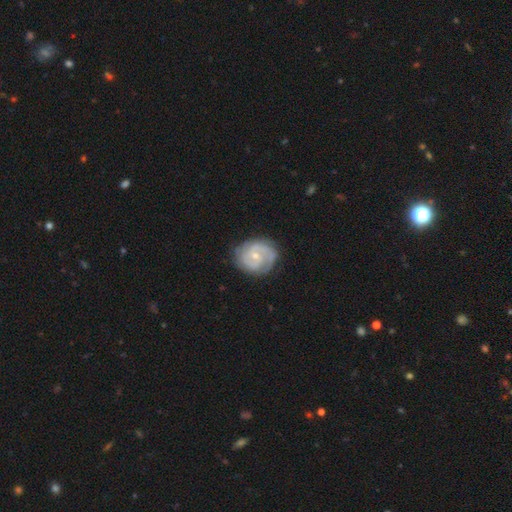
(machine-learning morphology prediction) Q: Smooth or featured?
A: featured or disk (82%); runner-up: smooth (13%)
Q: Edge-on disk?
A: no (98%); runner-up: yes (2%)
Q: Bar?
A: no (60%); runner-up: weak (34%)
Q: Spiral arms?
A: yes (94%); runner-up: no (6%)
Q: Spiral winding?
A: tight (60%); runner-up: medium (32%)
Q: Spiral arm count?
A: 2 (57%); runner-up: can't tell (19%)
Q: Bulge size?
A: small (61%); runner-up: moderate (35%)
Q: Merging?
A: none (77%); runner-up: minor disturbance (17%)